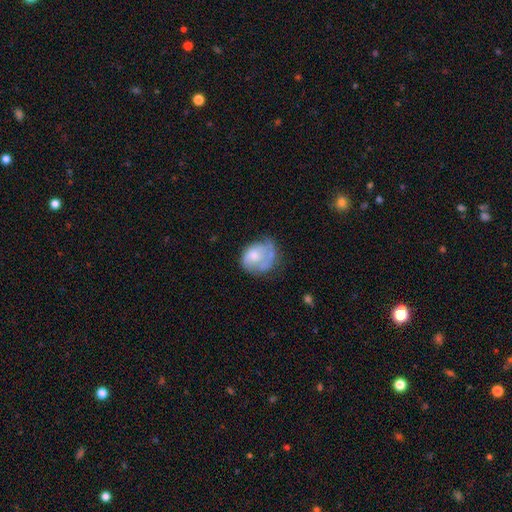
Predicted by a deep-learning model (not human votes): Smooth or featured? smooth (50%)
How rounded? round (52%)
Merging? none (38%)